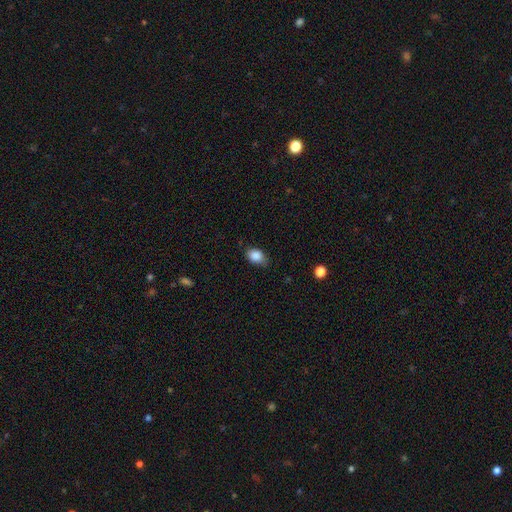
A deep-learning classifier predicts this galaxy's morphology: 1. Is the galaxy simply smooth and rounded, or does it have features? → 87% smooth, 8% star or artifact, 5% featured or disk.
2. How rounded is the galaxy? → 75% in between, 23% round, 1% cigar-shaped.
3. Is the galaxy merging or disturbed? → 72% none, 23% minor disturbance, 4% major disturbance, 1% merger.